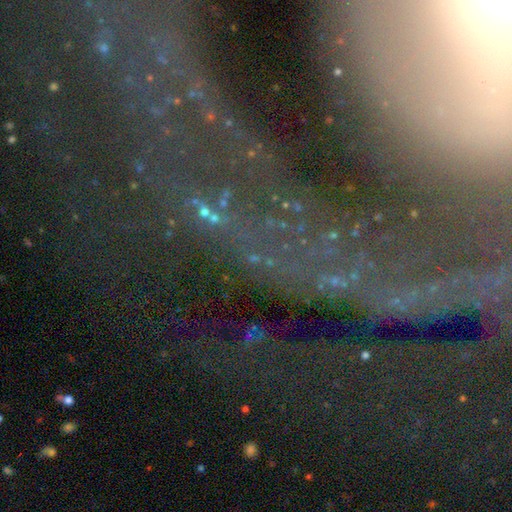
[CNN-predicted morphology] Smooth or featured? star or artifact (78%)